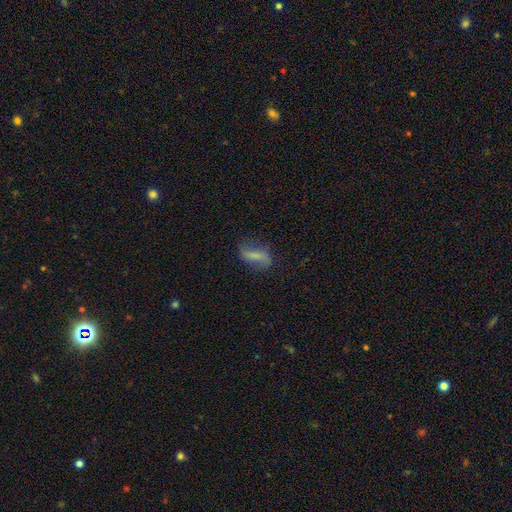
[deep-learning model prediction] A smooth galaxy with no disk features (60%) that is in between round and cigar-shaped (63%).

Vote fractions:
- Smooth or featured? smooth: 60% / featured or disk: 30% / star or artifact: 10%
- How rounded? in between: 63% / cigar-shaped: 31% / round: 6%
- Merging? none: 66% / minor disturbance: 22% / major disturbance: 10% / merger: 2%